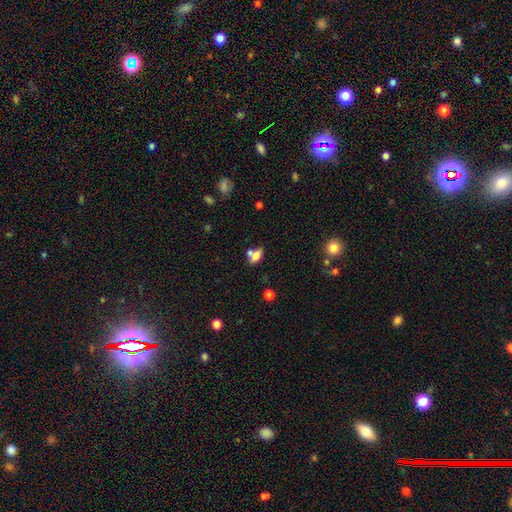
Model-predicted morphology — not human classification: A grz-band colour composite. It shows a smooth galaxy with no disk features (70%) that is in between round and cigar-shaped (82%). Merging: none (46%).